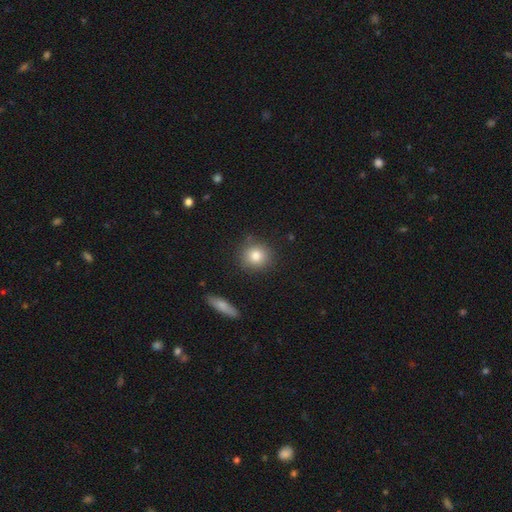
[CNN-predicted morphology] A smooth galaxy with no disk features (81%) that is round (89%).

Vote fractions:
- Smooth or featured? smooth: 81% / star or artifact: 10% / featured or disk: 9%
- How rounded? round: 89% / in between: 10% / cigar-shaped: 1%
- Merging? none: 85% / minor disturbance: 9% / major disturbance: 3% / merger: 3%